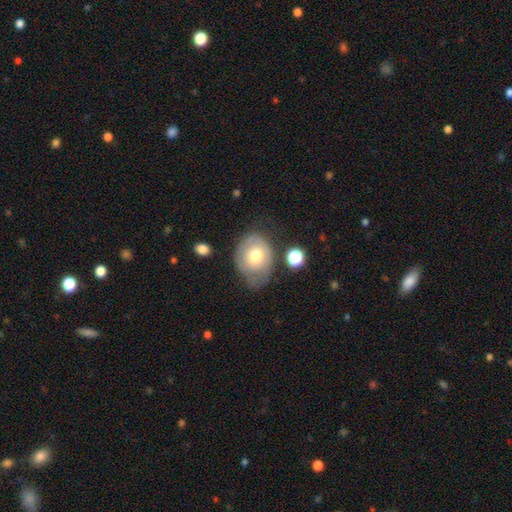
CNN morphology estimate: Smooth or featured?
  - smooth: 57% *
  - featured or disk: 35%
  - star or artifact: 8%
How rounded?
  - round: 50% *
  - in between: 49%
  - cigar-shaped: 1%
Merging?
  - none: 45% *
  - minor disturbance: 33%
  - major disturbance: 18%
  - merger: 5%